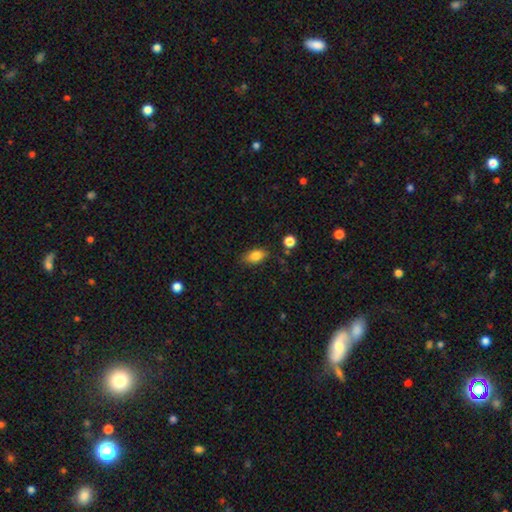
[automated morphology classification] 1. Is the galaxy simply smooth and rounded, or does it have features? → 82% smooth, 9% featured or disk, 9% star or artifact.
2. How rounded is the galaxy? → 85% in between, 9% round, 6% cigar-shaped.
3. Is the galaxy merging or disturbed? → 78% none, 16% minor disturbance, 4% major disturbance, 2% merger.